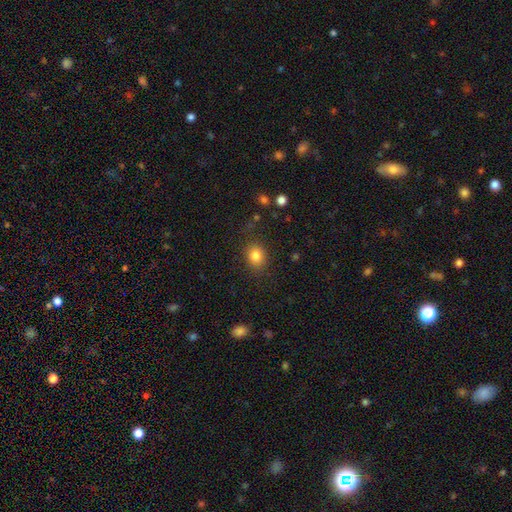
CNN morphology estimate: type=smooth (83%); roundness=round (59%); merging=none (85%).